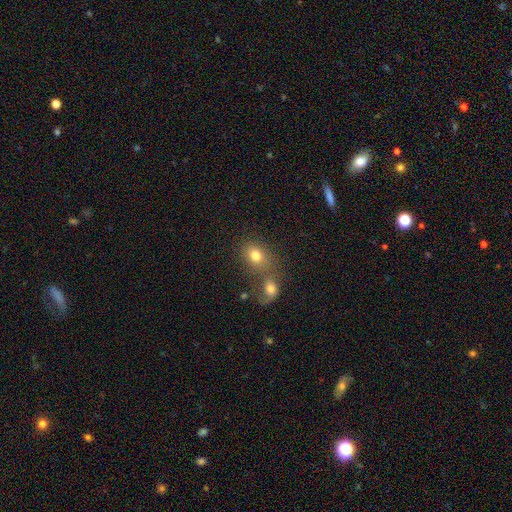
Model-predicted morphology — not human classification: A smooth galaxy with no disk features (76%) that is in between round and cigar-shaped (57%). Merging: merger (45%).